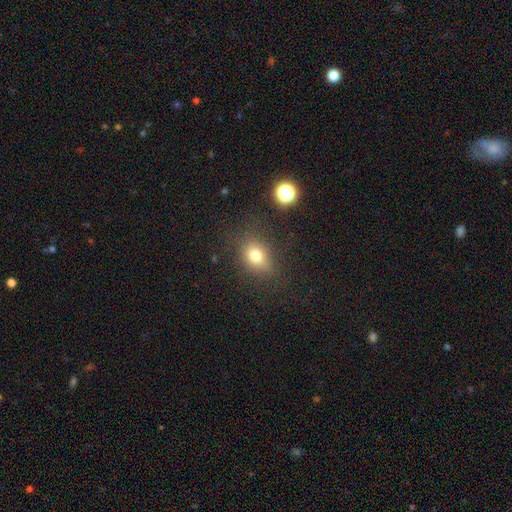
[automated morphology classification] Q: Smooth or featured?
A: smooth (75%); runner-up: star or artifact (15%)
Q: How rounded?
A: in between (54%); runner-up: round (45%)
Q: Merging?
A: none (76%); runner-up: minor disturbance (15%)